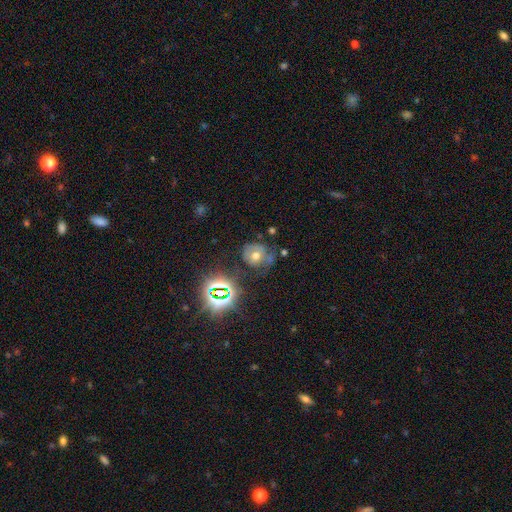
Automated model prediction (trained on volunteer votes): A smooth galaxy with no disk features (47%). Merging: none (52%).